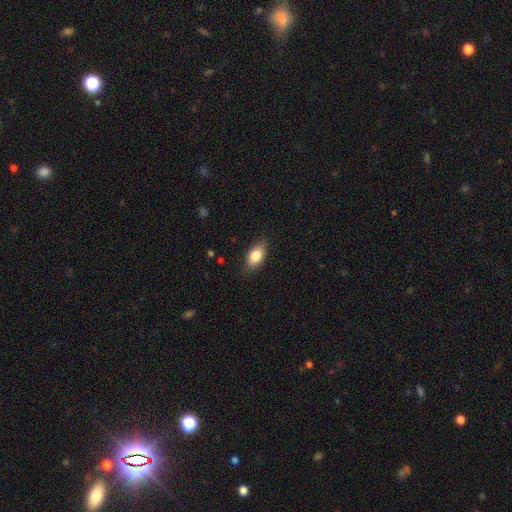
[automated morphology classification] This is clearly a smooth galaxy (81%). How rounded: clearly in between (87%). Merging: clearly none (81%).